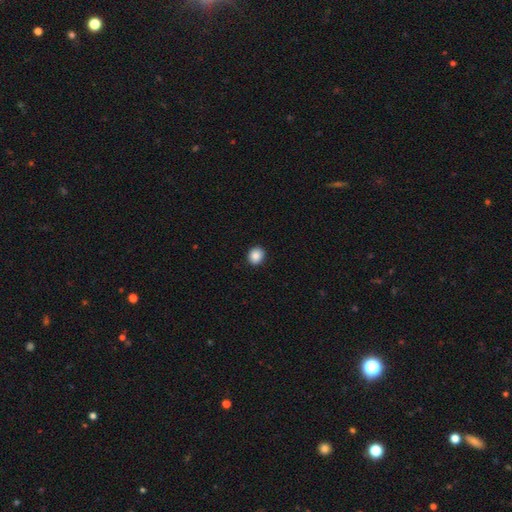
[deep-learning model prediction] Smooth or featured? Predicted: smooth (p=0.88). How rounded? Predicted: round (p=0.70). Merging? Predicted: none (p=0.91).